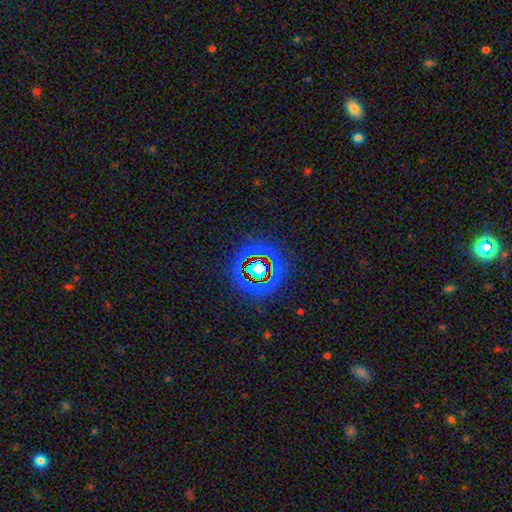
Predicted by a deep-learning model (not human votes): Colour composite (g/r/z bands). It shows a star or artifact, not a galaxy (66%).